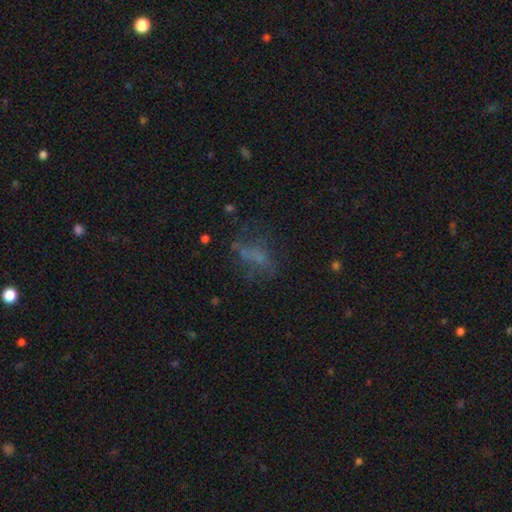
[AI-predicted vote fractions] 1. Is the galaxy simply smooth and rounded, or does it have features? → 44% smooth, 33% featured or disk, 23% star or artifact.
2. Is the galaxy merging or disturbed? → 46% none, 29% major disturbance, 20% minor disturbance, 5% merger.